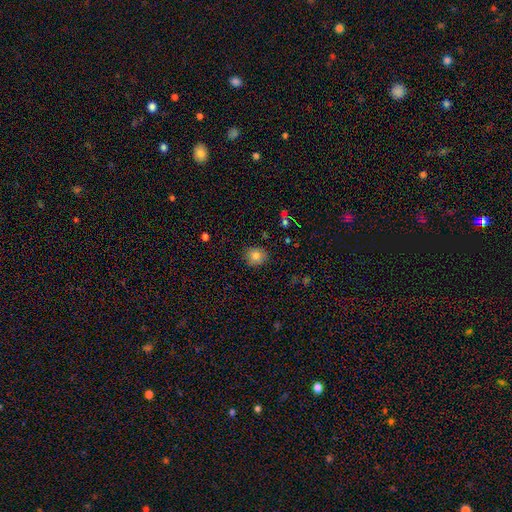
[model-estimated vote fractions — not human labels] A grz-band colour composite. It shows a smooth galaxy with no disk features (82%) that is round (84%). Merging: none (87%).